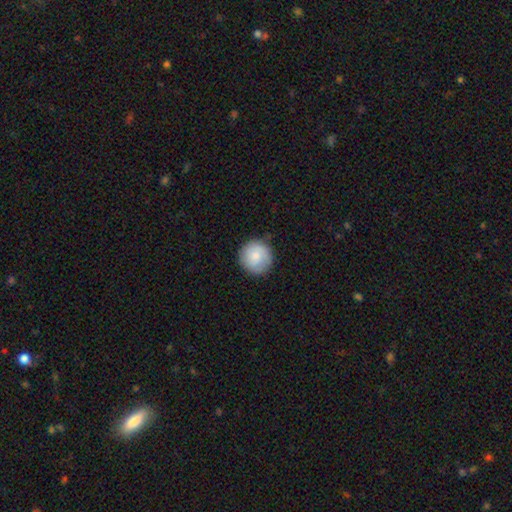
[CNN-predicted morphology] smooth 79%, featured or disk 15%, star or artifact 6%. Down the decision tree: how rounded — round (95%); merging — none (86%).